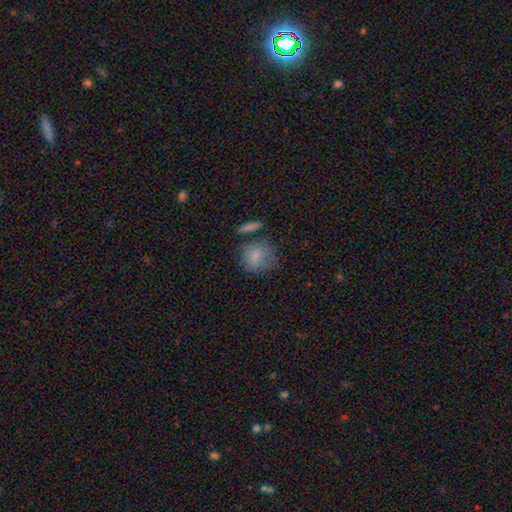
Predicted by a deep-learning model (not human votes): smooth-or-featured: smooth: 79% | featured or disk: 13% | star or artifact: 8%
  how-rounded: round: 75% | in between: 24% | cigar-shaped: 2%
  merging: none: 60% | minor disturbance: 21% | merger: 10% | major disturbance: 9%